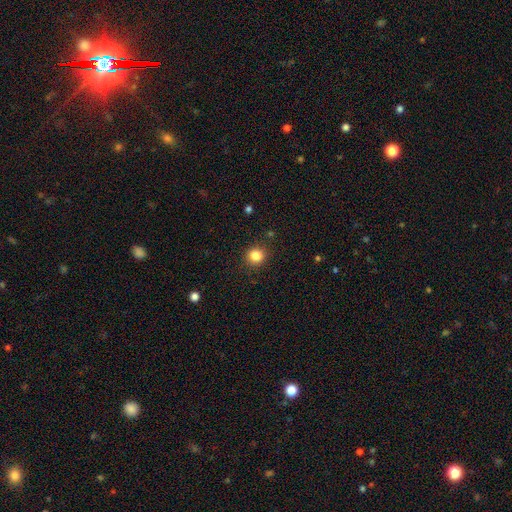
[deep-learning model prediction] Smooth or featured? smooth (84%)
How rounded? round (87%)
Merging? none (89%)